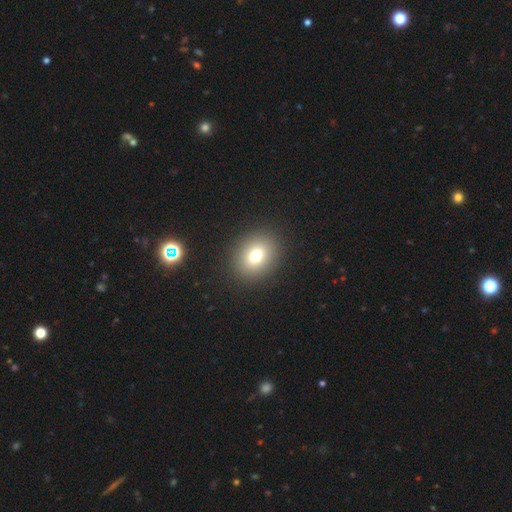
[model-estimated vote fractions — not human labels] smooth 74%, star or artifact 13%, featured or disk 12%. Down the decision tree: how rounded — round (56%); merging — none (90%).